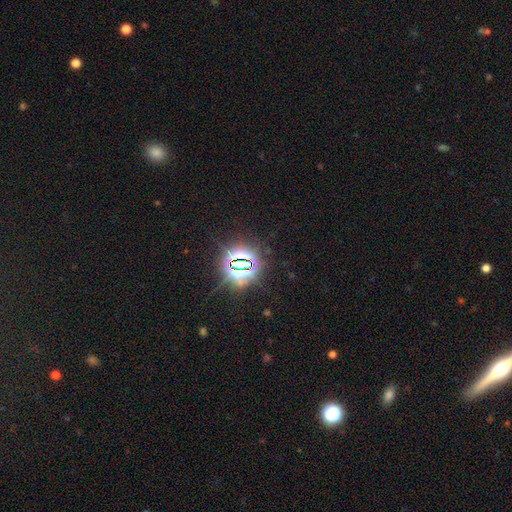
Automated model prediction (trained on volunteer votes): This appears to be a star or artifact, not a galaxy (81%).